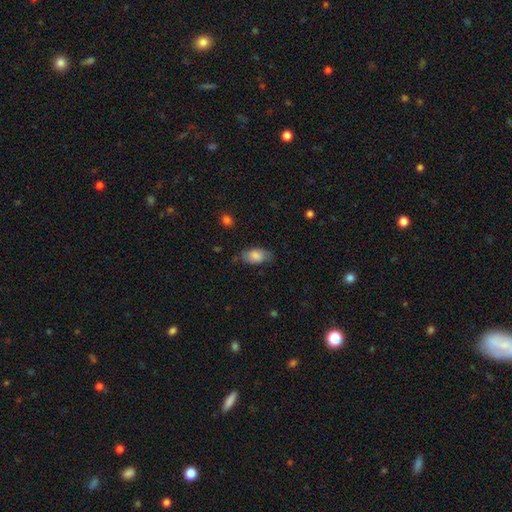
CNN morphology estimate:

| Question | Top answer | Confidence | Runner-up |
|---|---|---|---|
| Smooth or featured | smooth | 80% | featured or disk (13%) |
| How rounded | in between | 92% | round (5%) |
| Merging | none | 68% | minor disturbance (24%) |